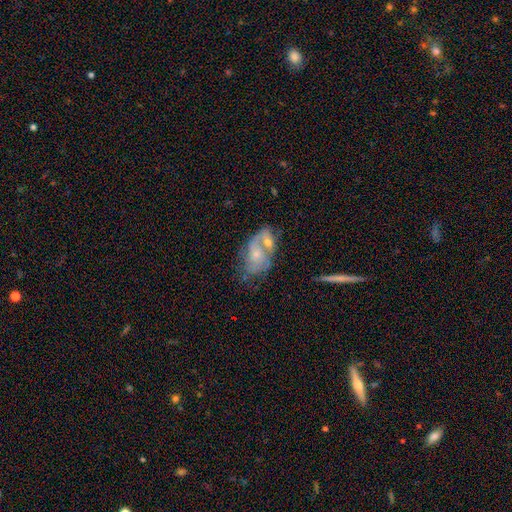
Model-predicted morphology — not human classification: Q: Smooth or featured?
A: featured or disk (60%); runner-up: smooth (32%)
Q: Edge-on disk?
A: no (94%); runner-up: yes (6%)
Q: Bar?
A: no (72%); runner-up: weak (23%)
Q: Spiral arms?
A: yes (67%); runner-up: no (33%)
Q: Bulge size?
A: small (49%); runner-up: moderate (38%)
Q: Merging?
A: merger (42%); runner-up: none (27%)